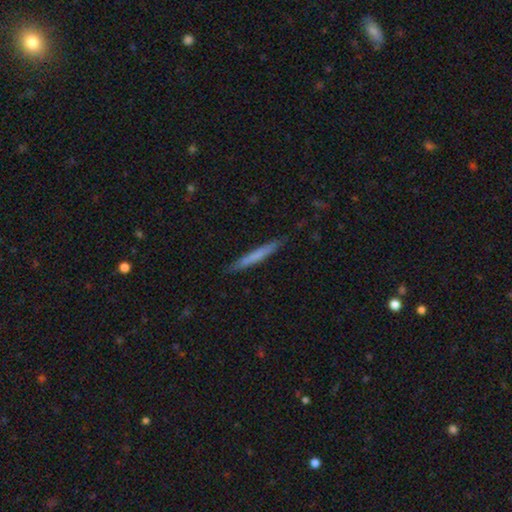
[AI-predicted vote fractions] The model was most divided on "smooth or featured": smooth: 63%, featured or disk: 31%, star or artifact: 6%. More confident: how rounded — cigar-shaped (96%); merging — none (87%).